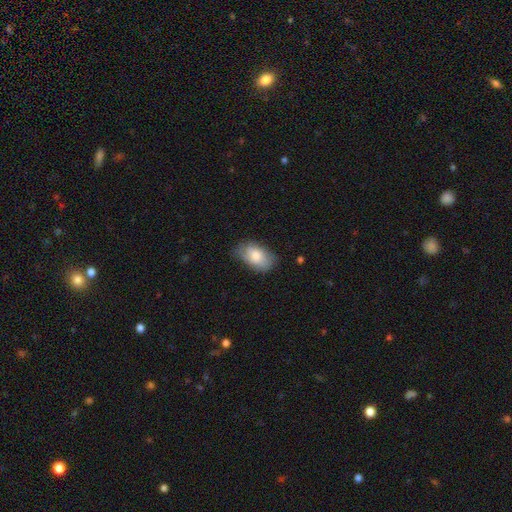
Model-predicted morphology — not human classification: Smooth or featured? smooth (76%)
How rounded? in between (92%)
Merging? none (62%)